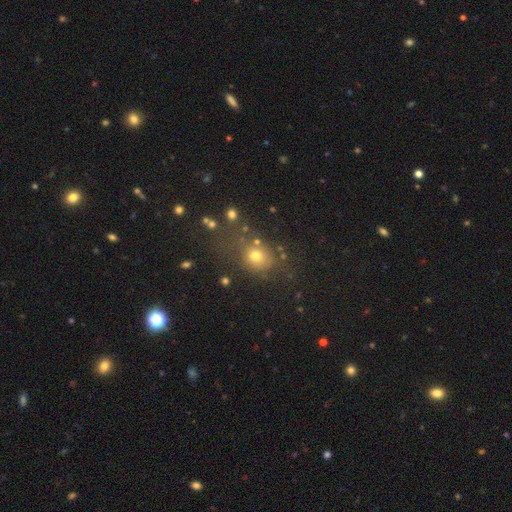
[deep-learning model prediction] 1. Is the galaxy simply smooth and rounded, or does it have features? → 69% smooth, 21% star or artifact, 10% featured or disk.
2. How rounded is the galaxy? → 64% round, 34% in between, 2% cigar-shaped.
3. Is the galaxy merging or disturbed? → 63% none, 18% minor disturbance, 10% major disturbance, 10% merger.